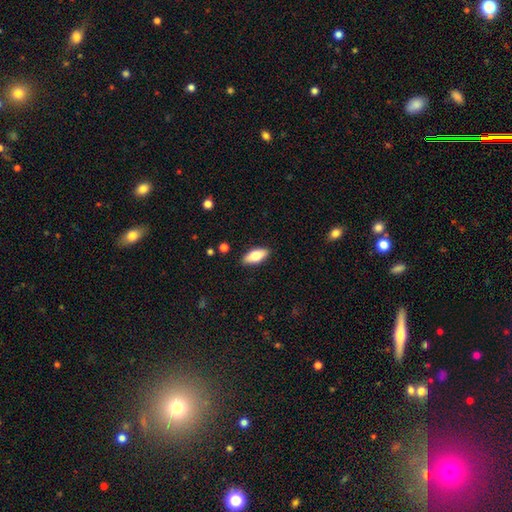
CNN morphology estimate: A smooth galaxy with no disk features (73%) that is in between round and cigar-shaped (80%).

Vote fractions:
- Smooth or featured? smooth: 73% / featured or disk: 21% / star or artifact: 6%
- How rounded? in between: 80% / cigar-shaped: 17% / round: 3%
- Merging? none: 88% / minor disturbance: 9% / major disturbance: 2% / merger: 1%